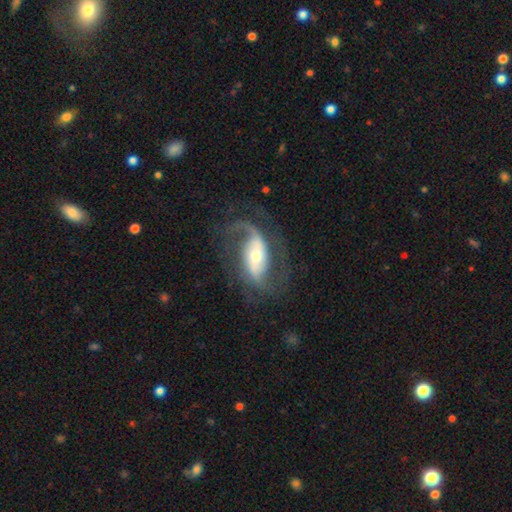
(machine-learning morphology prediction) featured or disk 86%, smooth 9%, star or artifact 5%. Down the decision tree: edge-on disk — no (95%); bar — strong (38%); spiral arms — yes (95%); spiral arm count — 2 (82%); spiral winding — loose (45%); bulge size — moderate (48%); merging — none (69%).